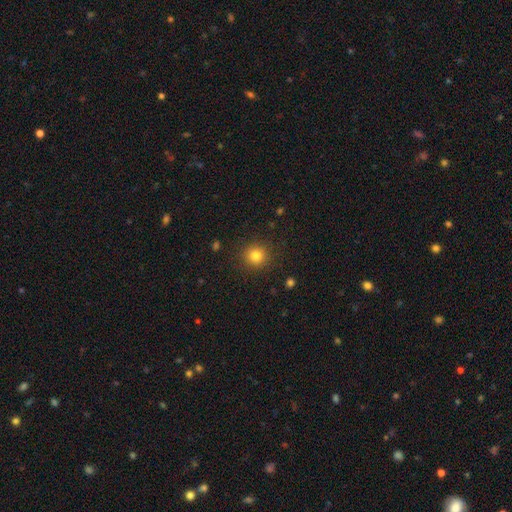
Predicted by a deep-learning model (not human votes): Overall: smooth (81%). How rounded: round (92%). Merging: none (89%).